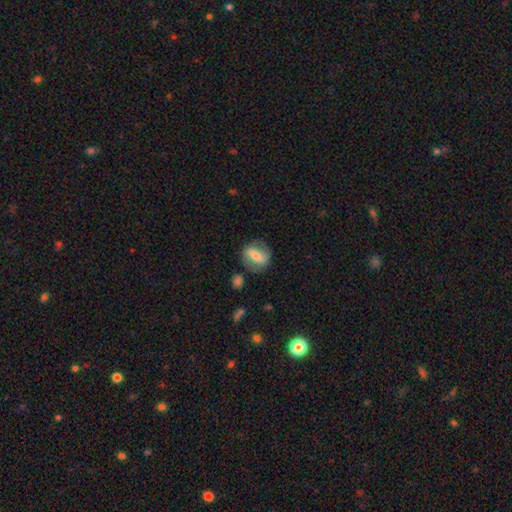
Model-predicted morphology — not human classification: This is possibly a smooth galaxy (52%). How rounded: possibly in between (54%). Merging: likely none (72%).